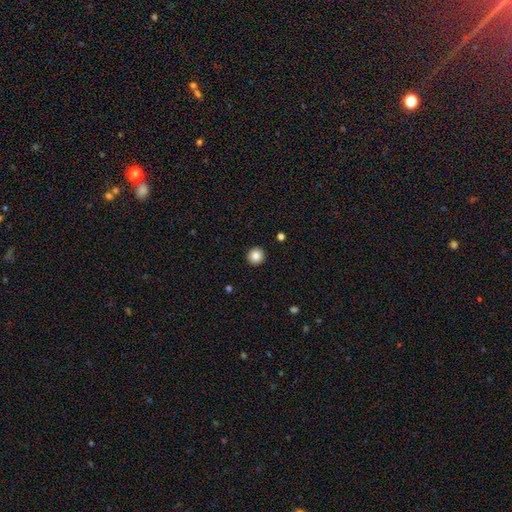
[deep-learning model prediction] smooth_or_featured: smooth (p=0.85) [alt: star or artifact p=0.10]
how_rounded: round (p=0.95) [alt: in between p=0.04]
merging: none (p=0.93) [alt: minor disturbance p=0.04]